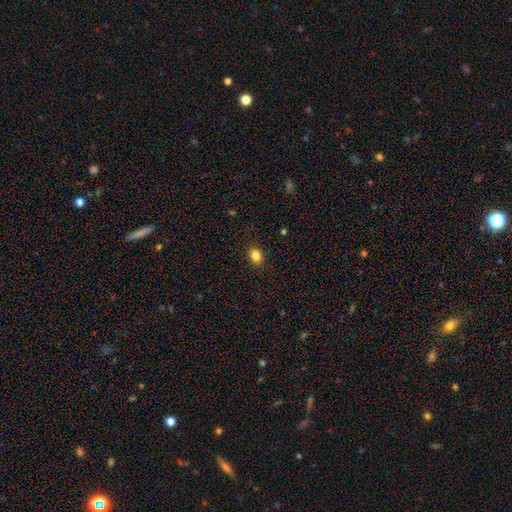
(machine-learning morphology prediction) smooth_or_featured: smooth (p=0.84) [alt: star or artifact p=0.11]
how_rounded: round (p=0.52) [alt: in between p=0.47]
merging: none (p=0.90) [alt: minor disturbance p=0.08]